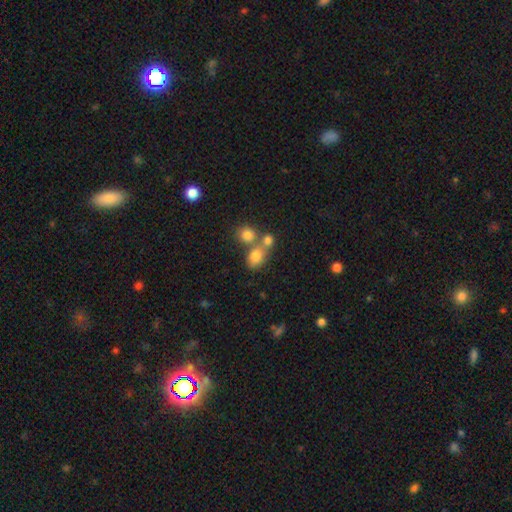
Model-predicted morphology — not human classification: Overall: smooth (75%). How rounded: in between (51%; round 47%). Merging: merger (48%; none 38%).